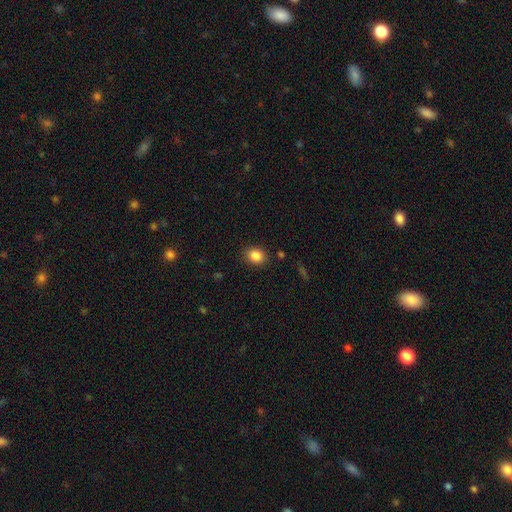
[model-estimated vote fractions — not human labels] Smooth or featured? smooth (86%)
How rounded? round (55%)
Merging? none (86%)